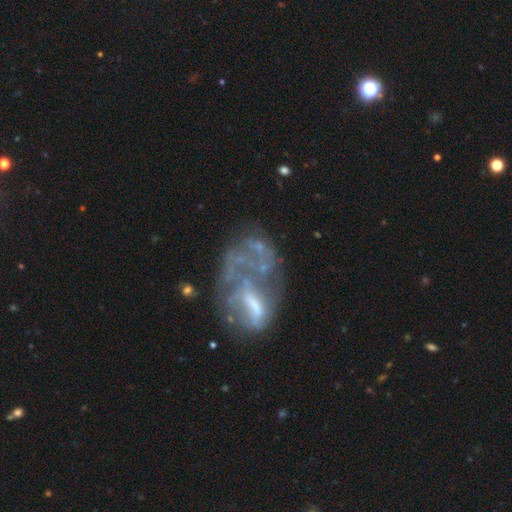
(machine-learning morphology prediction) This is likely a featured or disk galaxy (61%). It is clearly not viewed edge-on (95%). Bar: likely no (65%). Spiral arm pattern: clearly no (80%). Central bulge: marginally none (43%). Merging: marginally major disturbance (40%).